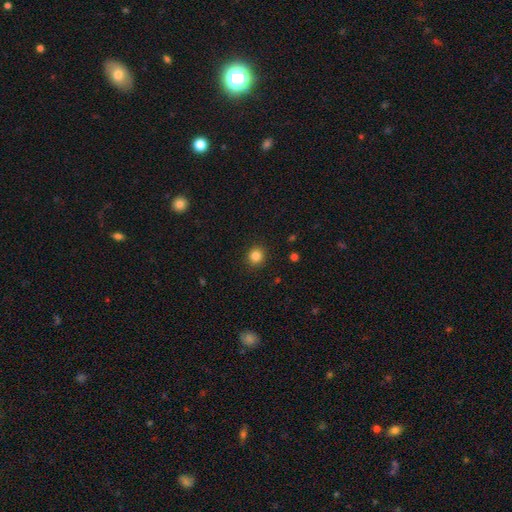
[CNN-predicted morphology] Smooth or featured? smooth (84%)
How rounded? round (90%)
Merging? none (92%)